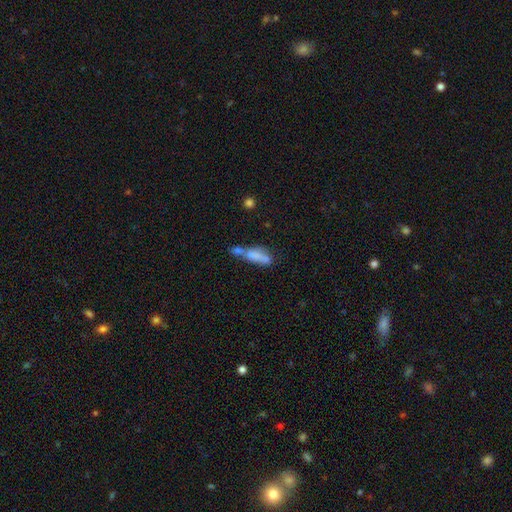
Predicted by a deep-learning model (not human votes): Overall: smooth (63%; featured or disk 26%). How rounded: in between (54%; cigar-shaped 42%). Merging: merger (53%; none 21%).